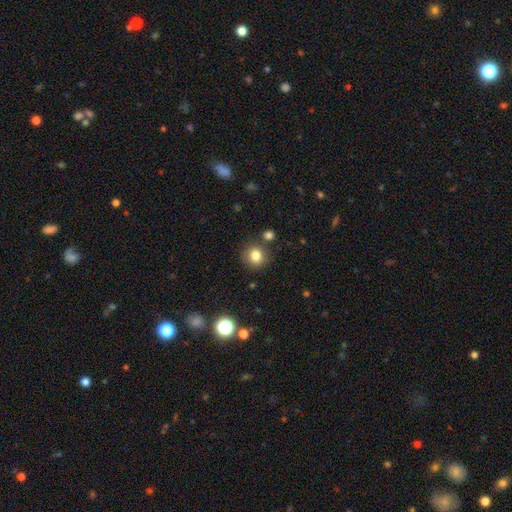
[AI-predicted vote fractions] The model was most divided on "smooth or featured": smooth: 81%, star or artifact: 12%, featured or disk: 7%. More confident: how rounded — round (85%); merging — none (83%).